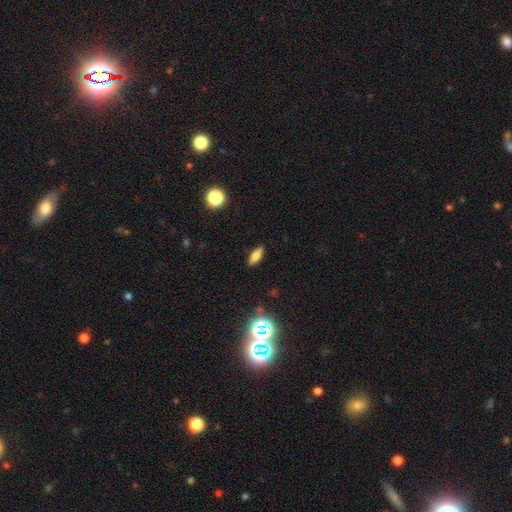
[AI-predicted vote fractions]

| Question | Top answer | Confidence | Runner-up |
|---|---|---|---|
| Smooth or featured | smooth | 70% | featured or disk (18%) |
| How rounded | in between | 64% | cigar-shaped (32%) |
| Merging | none | 88% | minor disturbance (8%) |